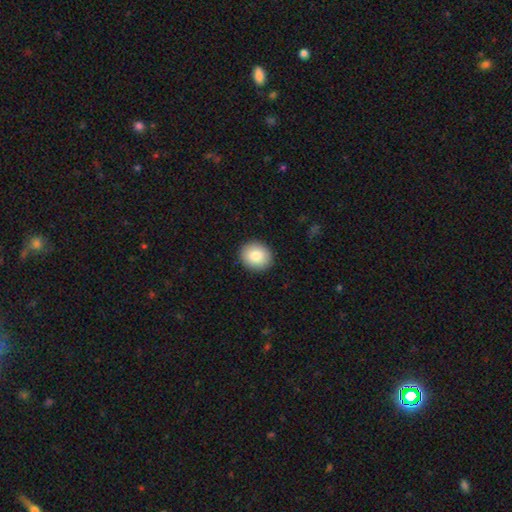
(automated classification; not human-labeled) smooth 86%, star or artifact 8%, featured or disk 7%. Down the decision tree: how rounded — round (71%); merging — none (91%).